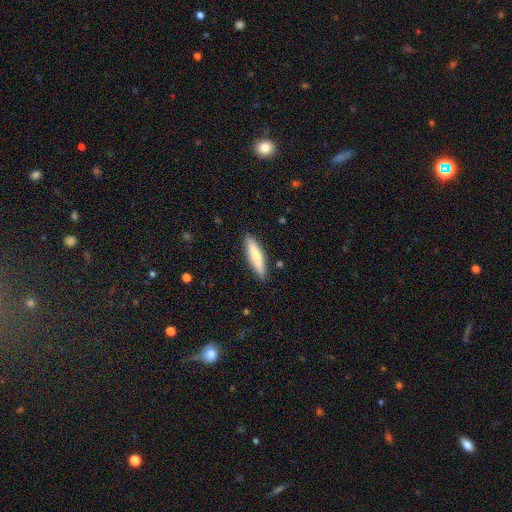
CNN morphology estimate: smooth_or_featured: smooth (p=0.70) [alt: featured or disk p=0.24]
how_rounded: cigar-shaped (p=0.76) [alt: in between p=0.22]
merging: none (p=0.88) [alt: minor disturbance p=0.09]